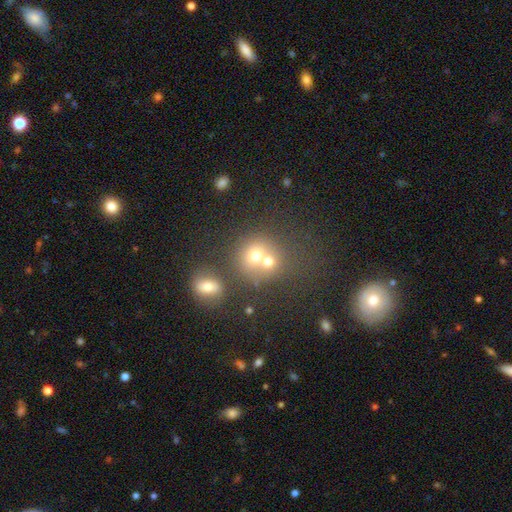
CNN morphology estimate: smooth-or-featured: smooth: 67% | star or artifact: 17% | featured or disk: 16%
  how-rounded: round: 80% | in between: 19% | cigar-shaped: 1%
  merging: merger: 48% | none: 40% | minor disturbance: 7% | major disturbance: 4%